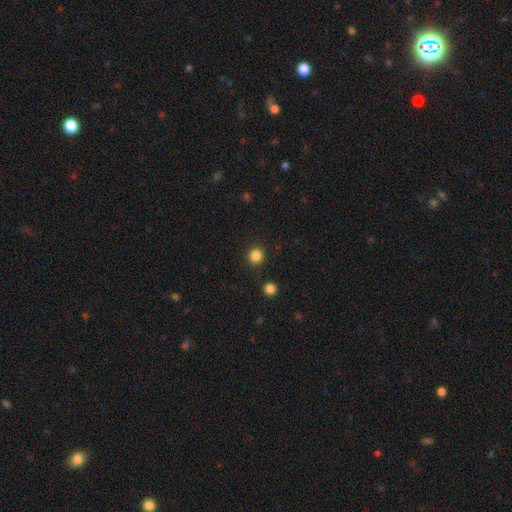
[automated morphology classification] Overall: smooth (84%). How rounded: round (92%). Merging: none (90%).